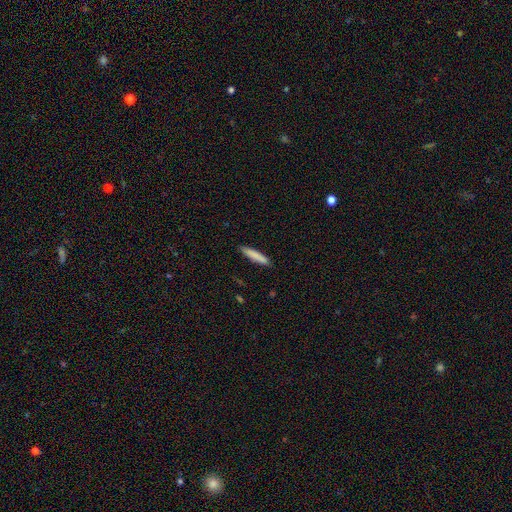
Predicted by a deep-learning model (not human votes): This is clearly a smooth galaxy (84%). How rounded: clearly cigar-shaped (90%). Merging: clearly none (89%).